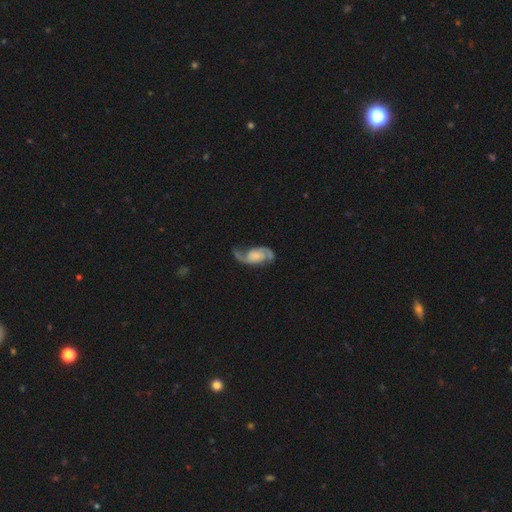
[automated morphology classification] Q: Smooth or featured?
A: featured or disk (87%); runner-up: smooth (8%)
Q: Edge-on disk?
A: no (97%); runner-up: yes (3%)
Q: Bar?
A: no (59%); runner-up: weak (31%)
Q: Spiral arms?
A: yes (97%); runner-up: no (3%)
Q: Spiral winding?
A: loose (44%); runner-up: medium (42%)
Q: Spiral arm count?
A: 2 (92%); runner-up: 1 (3%)
Q: Bulge size?
A: small (29%); tied with: none (29%)
Q: Merging?
A: none (66%); runner-up: minor disturbance (19%)